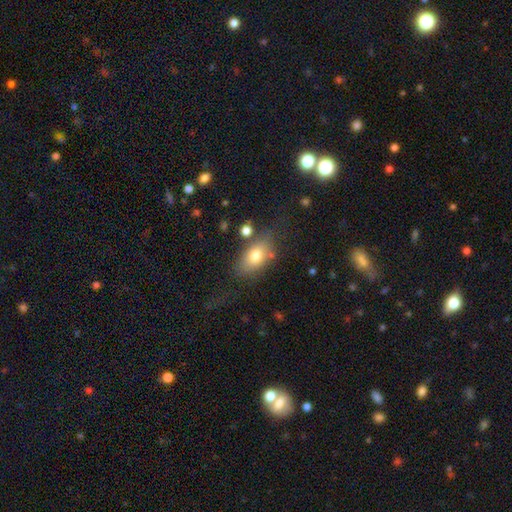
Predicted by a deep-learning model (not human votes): A smooth galaxy with no disk features (74%) that is in between round and cigar-shaped (84%). Merging: none (69%).